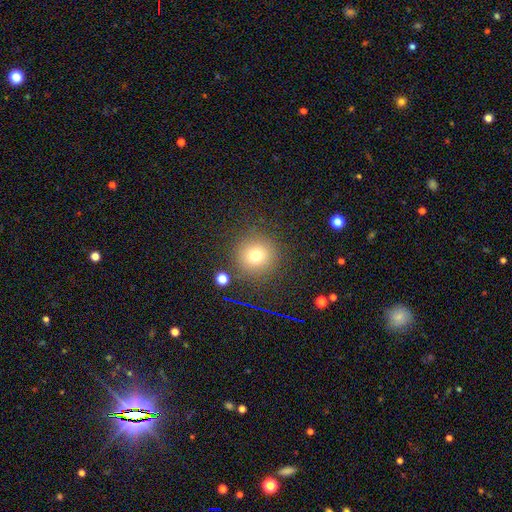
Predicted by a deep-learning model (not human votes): Overall: smooth (71%). How rounded: round (95%). Merging: none (87%).